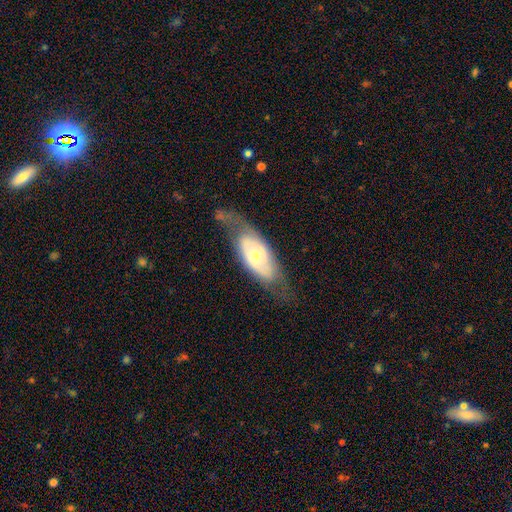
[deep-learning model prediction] Smooth or featured: featured or disk — 64% (smooth — 30%)
Edge-on disk: no — 84% (yes — 16%)
Bar: no — 75% (weak — 19%)
Spiral arms: yes — 56% (no — 44%)
Bulge size: moderate — 47% (small — 46%)
Merging: none — 56% (minor disturbance — 24%)